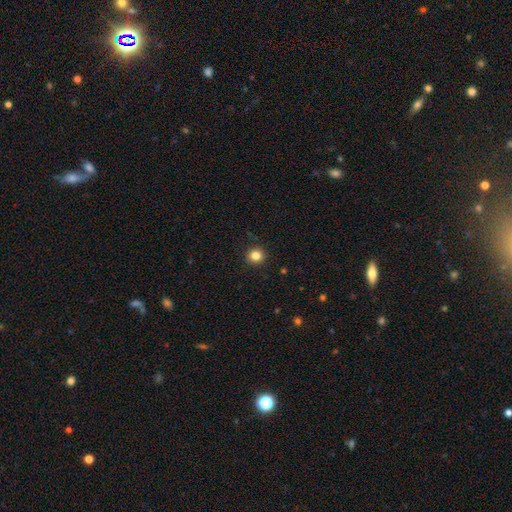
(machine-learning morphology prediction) This is clearly a smooth galaxy (83%). How rounded: clearly round (93%). Merging: clearly none (92%).